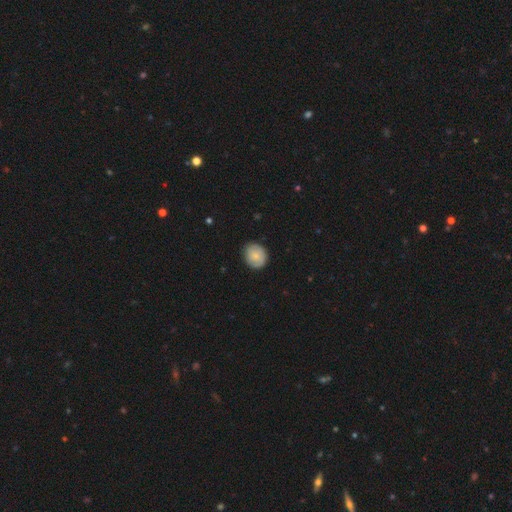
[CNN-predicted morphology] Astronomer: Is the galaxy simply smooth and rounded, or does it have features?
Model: smooth — 70%.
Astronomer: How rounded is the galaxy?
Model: round — 74%.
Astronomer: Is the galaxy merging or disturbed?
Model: none — 80%.